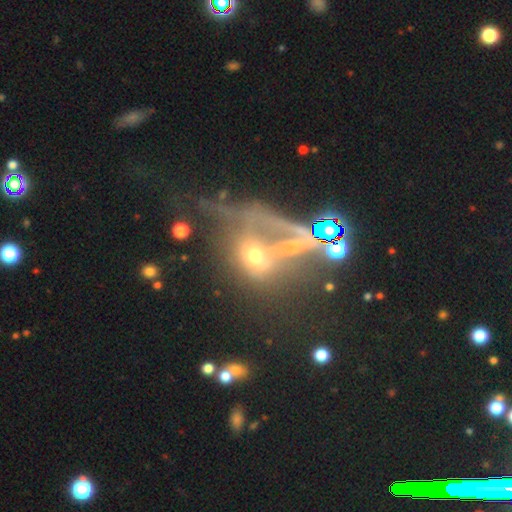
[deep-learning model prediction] The model was most divided on "merging": merger: 36%, major disturbance: 32%, none: 21%, minor disturbance: 11%. Remaining: smooth or featured — featured or disk (41%).